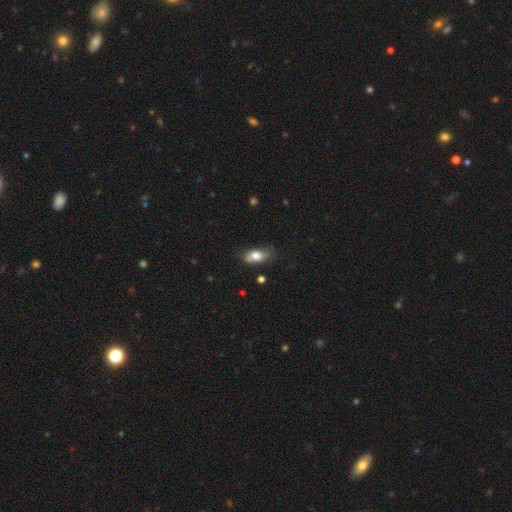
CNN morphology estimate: Smooth or featured? smooth (77%)
How rounded? in between (85%)
Merging? none (62%)